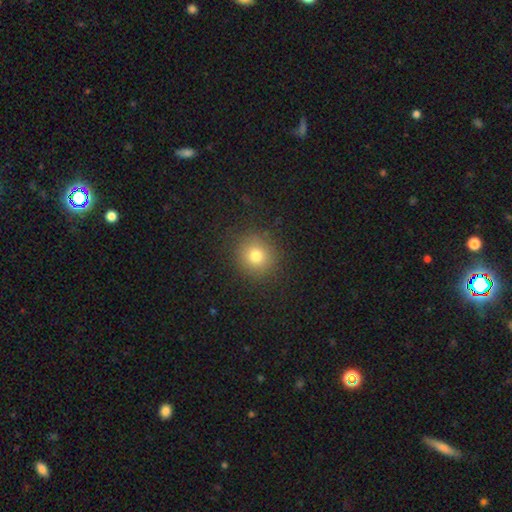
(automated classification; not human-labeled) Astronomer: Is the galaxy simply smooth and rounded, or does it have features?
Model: smooth — 77%.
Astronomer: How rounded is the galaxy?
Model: round — 90%.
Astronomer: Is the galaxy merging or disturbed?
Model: none — 89%.